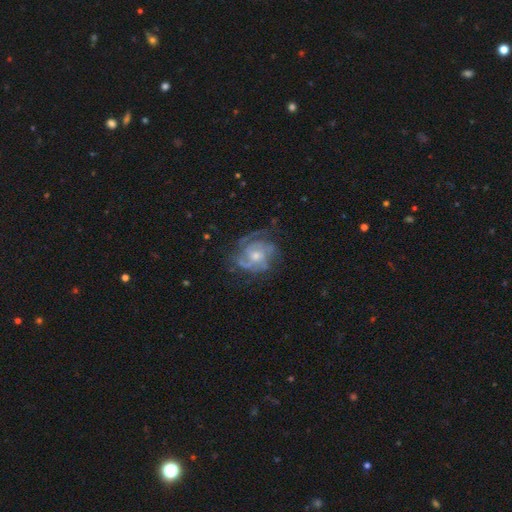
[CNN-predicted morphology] smooth-or-featured: featured or disk: 80% | smooth: 13% | star or artifact: 7%
  disk-edge-on: no: 98% | yes: 2%
    bar: no: 74% | weak: 22% | strong: 4%
    has-spiral-arms: yes: 89% | no: 11%
      spiral-winding: tight: 50% | medium: 38% | loose: 12%
      spiral-arm-count: can't tell: 31% | 3: 26% | 2: 24% | 4: 8% | 1: 6% | more than 4: 5%
    bulge-size: moderate: 53% | small: 40% | large: 3% | none: 2% | dominant: 1%
  merging: none: 58% | minor disturbance: 23% | major disturbance: 18% | merger: 2%